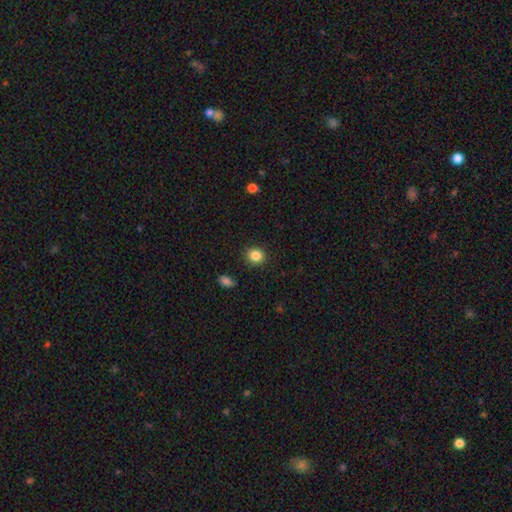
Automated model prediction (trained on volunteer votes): smooth_or_featured: smooth (p=0.85) [alt: star or artifact p=0.11]
how_rounded: round (p=0.85) [alt: in between p=0.14]
merging: none (p=0.88) [alt: minor disturbance p=0.08]